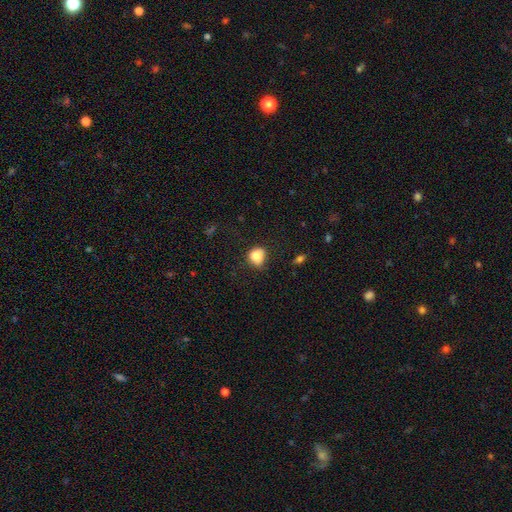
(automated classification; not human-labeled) Overall: smooth (84%). How rounded: round (70%). Merging: none (66%).